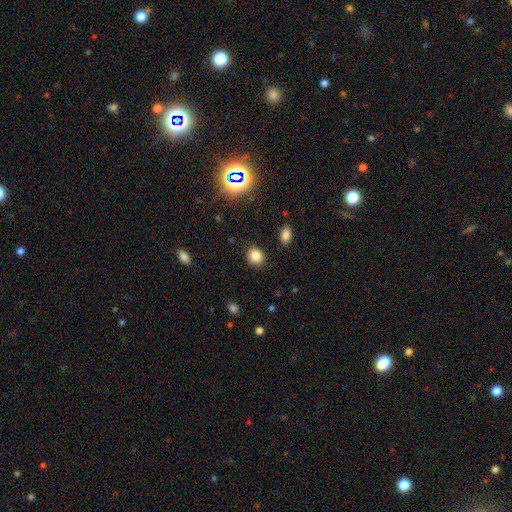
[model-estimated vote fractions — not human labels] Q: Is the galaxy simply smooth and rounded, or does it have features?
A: smooth — 83%.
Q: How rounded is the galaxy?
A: round — 70%.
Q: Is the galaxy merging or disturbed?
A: none — 87%.